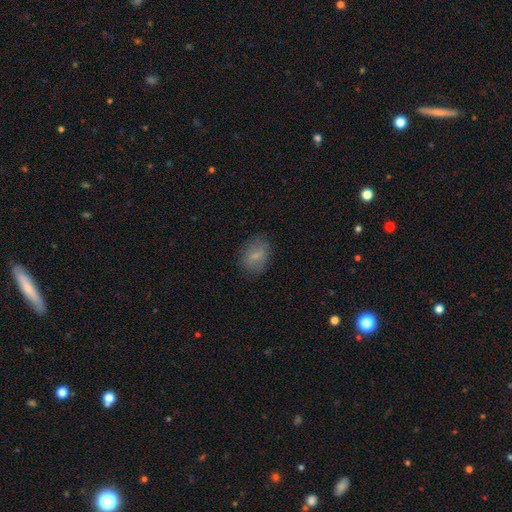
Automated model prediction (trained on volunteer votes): Smooth or featured?
  - smooth: 72% *
  - featured or disk: 19%
  - star or artifact: 9%
How rounded?
  - in between: 69% *
  - round: 29%
  - cigar-shaped: 2%
Merging?
  - none: 77% *
  - minor disturbance: 16%
  - major disturbance: 6%
  - merger: 1%